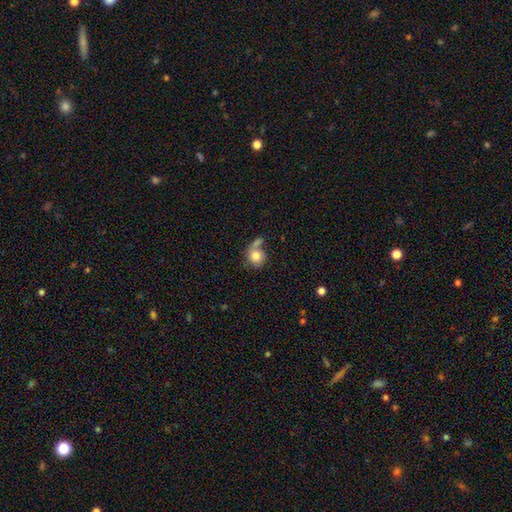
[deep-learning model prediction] Smooth or featured?
  - smooth: 77% *
  - featured or disk: 16%
  - star or artifact: 8%
How rounded?
  - round: 79% *
  - in between: 20%
  - cigar-shaped: 1%
Merging?
  - none: 37% *
  - merger: 32%
  - minor disturbance: 16%
  - major disturbance: 14%